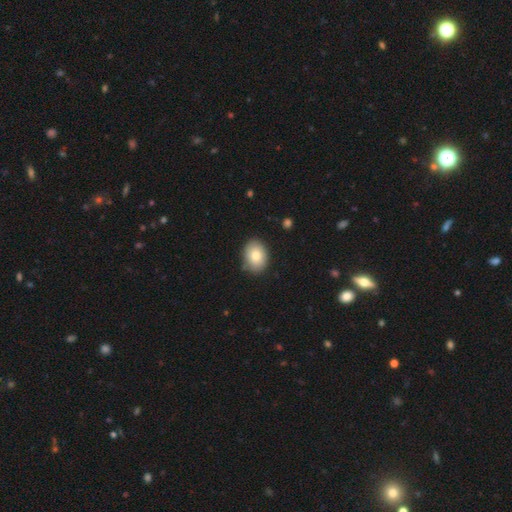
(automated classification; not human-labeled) Q: Smooth or featured?
A: smooth (82%); runner-up: featured or disk (11%)
Q: How rounded?
A: in between (69%); runner-up: round (30%)
Q: Merging?
A: none (84%); runner-up: minor disturbance (13%)